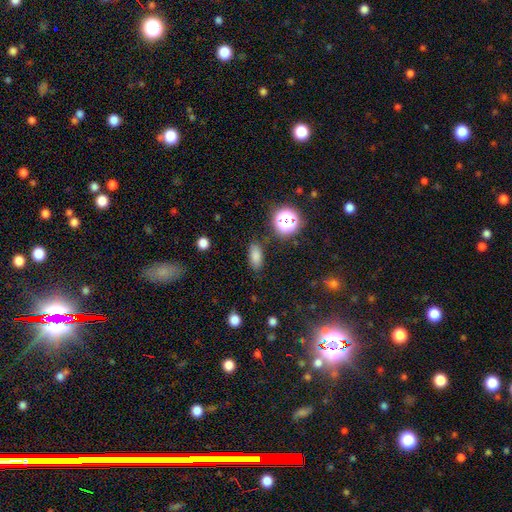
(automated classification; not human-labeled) Smooth or featured? Predicted: smooth (p=0.79). How rounded? Predicted: in between (p=0.82). Merging? Predicted: none (p=0.84).